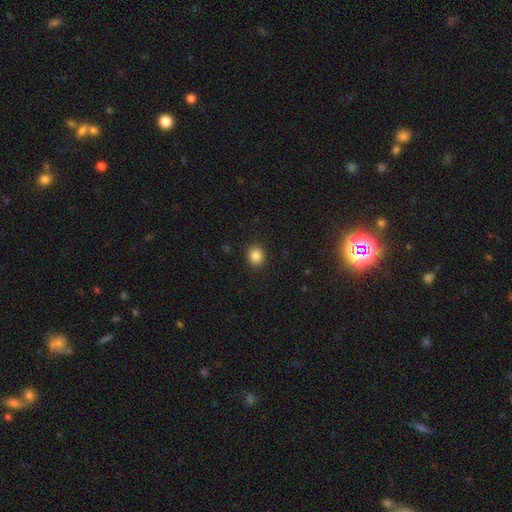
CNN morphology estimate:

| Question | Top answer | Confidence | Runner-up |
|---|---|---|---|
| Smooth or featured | smooth | 85% | star or artifact (10%) |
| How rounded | round | 76% | in between (23%) |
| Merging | none | 91% | minor disturbance (6%) |